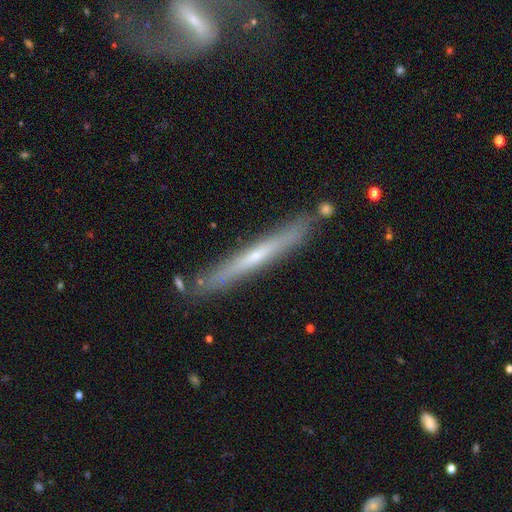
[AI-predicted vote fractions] Smooth or featured? Predicted: featured or disk (p=0.59). Edge-on disk? Predicted: yes (p=0.94). Edge-on bulge? Predicted: none (p=0.52). Merging? Predicted: none (p=0.83).